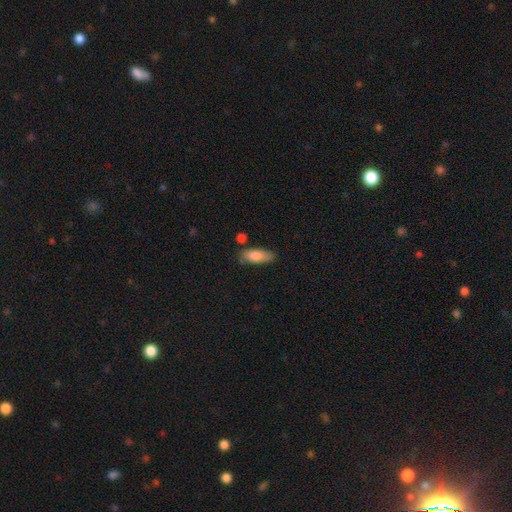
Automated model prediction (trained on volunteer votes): This is clearly a smooth galaxy (83%). How rounded: likely in between (72%). Merging: likely none (73%).